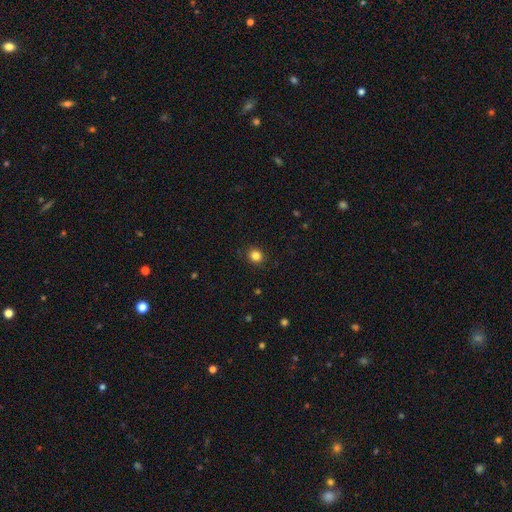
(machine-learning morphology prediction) This is clearly a smooth galaxy (84%). How rounded: clearly round (83%). Merging: clearly none (90%).